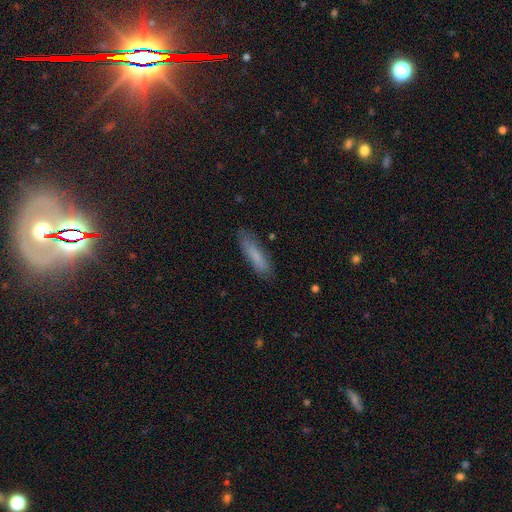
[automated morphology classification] smooth 77%, featured or disk 17%, star or artifact 7%. Down the decision tree: how rounded — cigar-shaped (76%); merging — none (84%).